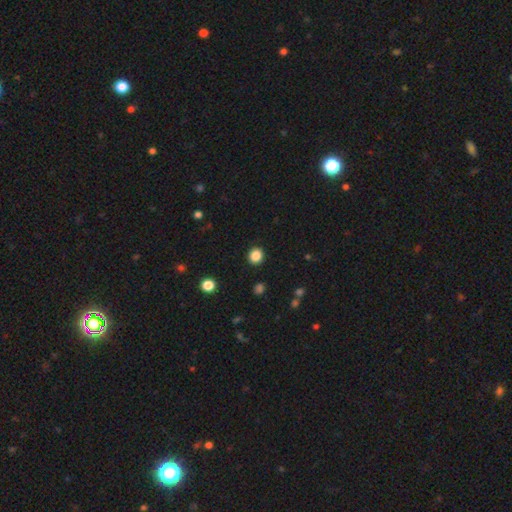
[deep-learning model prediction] smooth_or_featured: smooth (p=0.86) [alt: star or artifact p=0.11]
how_rounded: round (p=0.85) [alt: in between p=0.14]
merging: none (p=0.92) [alt: minor disturbance p=0.05]